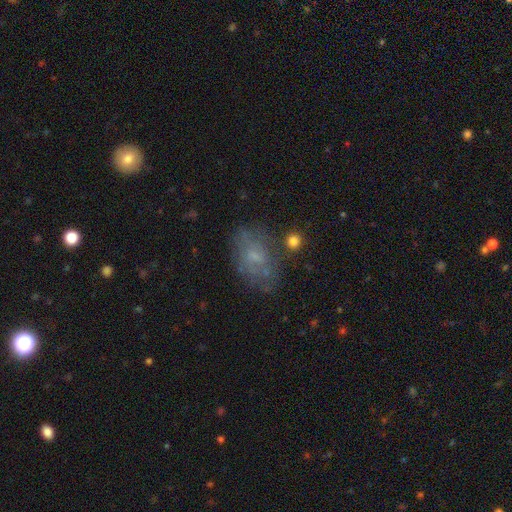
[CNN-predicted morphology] Q: Smooth or featured?
A: smooth (50%); runner-up: featured or disk (36%)
Q: Merging?
A: none (60%); runner-up: minor disturbance (22%)